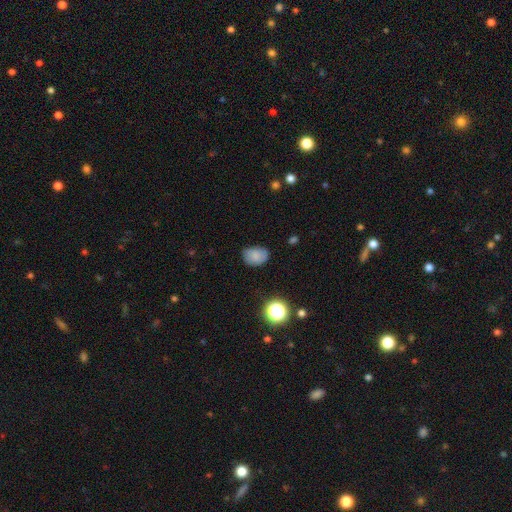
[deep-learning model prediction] The model was most divided on "how rounded": in between: 68%, round: 31%, cigar-shaped: 1%. More confident: smooth or featured — smooth (79%); merging — none (71%).